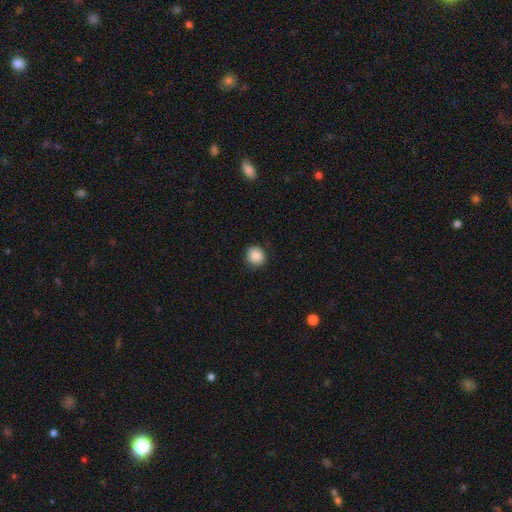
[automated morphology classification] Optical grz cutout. It shows a smooth galaxy with no disk features (88%) that is round (84%). Merging: none (88%).